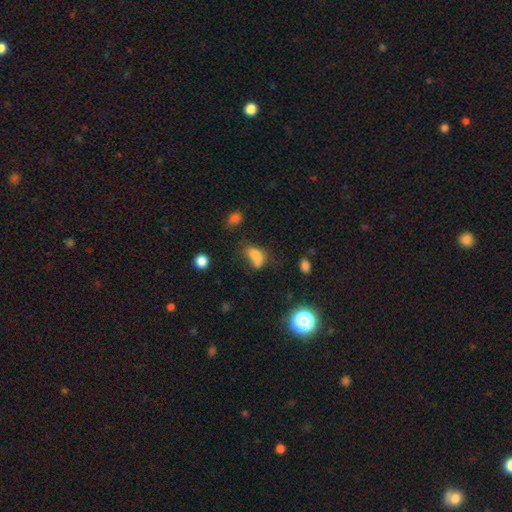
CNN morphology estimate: smooth-or-featured: smooth: 73% | star or artifact: 13% | featured or disk: 13%
  how-rounded: in between: 82% | round: 15% | cigar-shaped: 4%
  merging: none: 31% | minor disturbance: 24% | merger: 23% | major disturbance: 21%